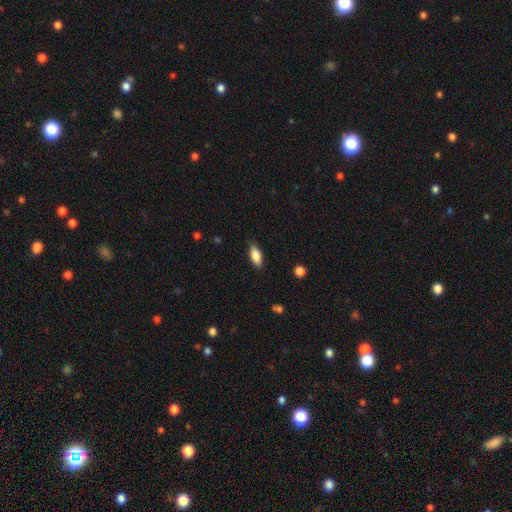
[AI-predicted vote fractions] Smooth or featured?
  - smooth: 83% *
  - featured or disk: 10%
  - star or artifact: 7%
How rounded?
  - in between: 84% *
  - cigar-shaped: 14%
  - round: 2%
Merging?
  - none: 85% *
  - minor disturbance: 11%
  - major disturbance: 2%
  - merger: 1%